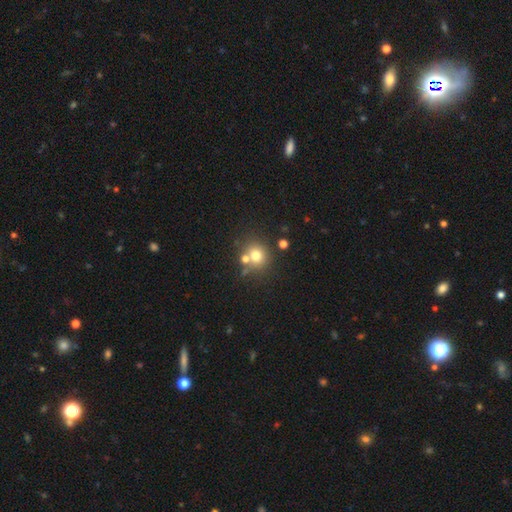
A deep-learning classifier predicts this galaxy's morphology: A smooth galaxy with no disk features (73%) that is round (85%). Merging: none (62%).